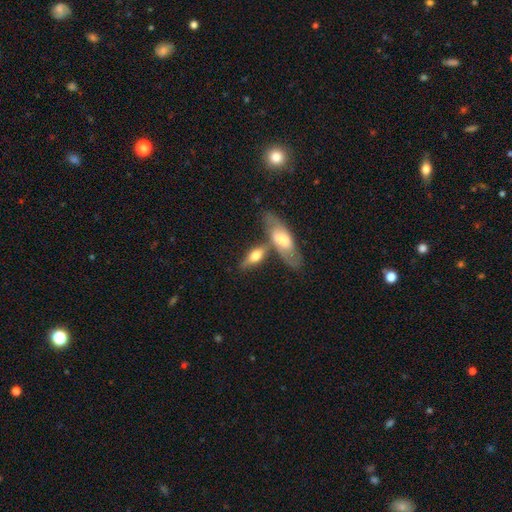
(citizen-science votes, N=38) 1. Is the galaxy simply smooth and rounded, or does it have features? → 58% featured or disk, 42% smooth, 0% star or artifact.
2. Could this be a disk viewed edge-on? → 91% yes, 9% no.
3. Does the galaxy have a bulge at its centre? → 95% rounded, 5% boxy, 0% none.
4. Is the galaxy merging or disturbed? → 55% none, 32% merger, 8% minor disturbance, 5% major disturbance.